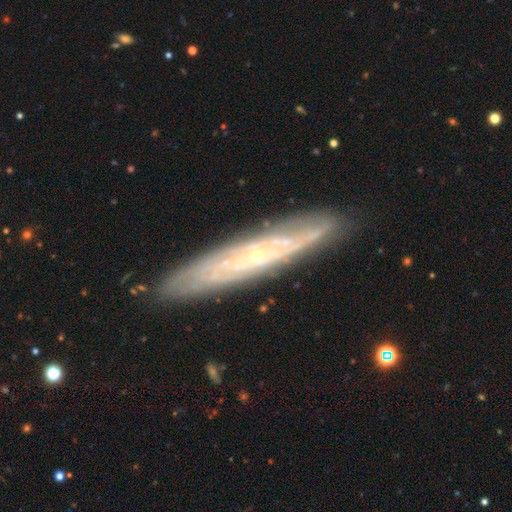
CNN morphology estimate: smooth-or-featured: featured or disk: 74% | smooth: 19% | star or artifact: 7%
  disk-edge-on: yes: 54% | no: 46%
  merging: none: 85% | minor disturbance: 12% | major disturbance: 2% | merger: 1%